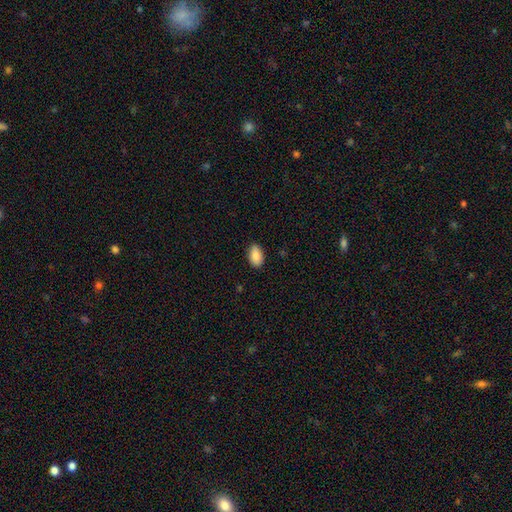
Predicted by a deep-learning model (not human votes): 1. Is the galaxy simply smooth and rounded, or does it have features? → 88% smooth, 7% star or artifact, 5% featured or disk.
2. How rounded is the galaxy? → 93% in between, 5% round, 2% cigar-shaped.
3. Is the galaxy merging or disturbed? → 87% none, 10% minor disturbance, 2% major disturbance, 1% merger.